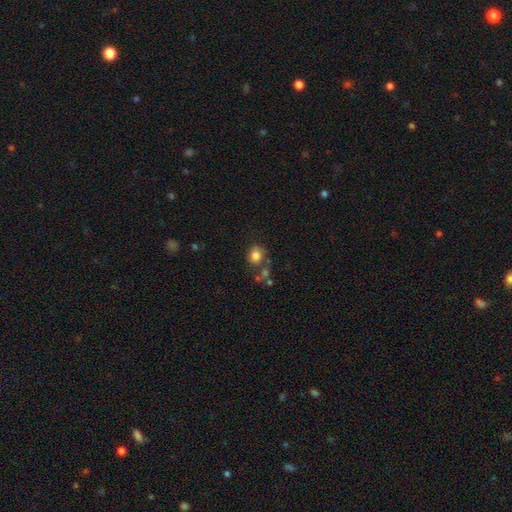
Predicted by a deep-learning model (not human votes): smooth-or-featured: smooth: 81% | star or artifact: 11% | featured or disk: 8%
  how-rounded: round: 69% | in between: 30% | cigar-shaped: 1%
  merging: none: 64% | minor disturbance: 15% | merger: 15% | major disturbance: 6%